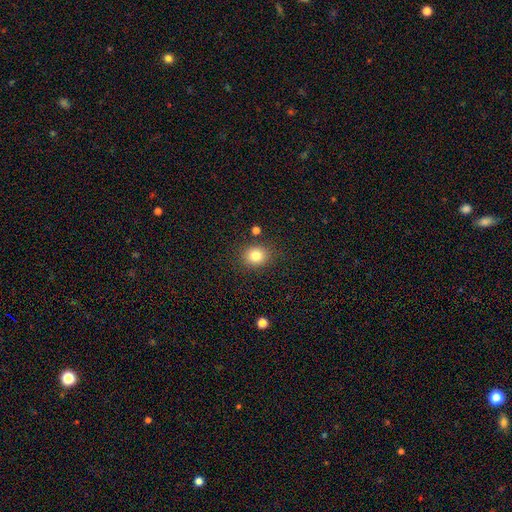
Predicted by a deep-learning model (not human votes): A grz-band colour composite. It shows a smooth galaxy with no disk features (81%) that is round (72%). Merging: none (84%).